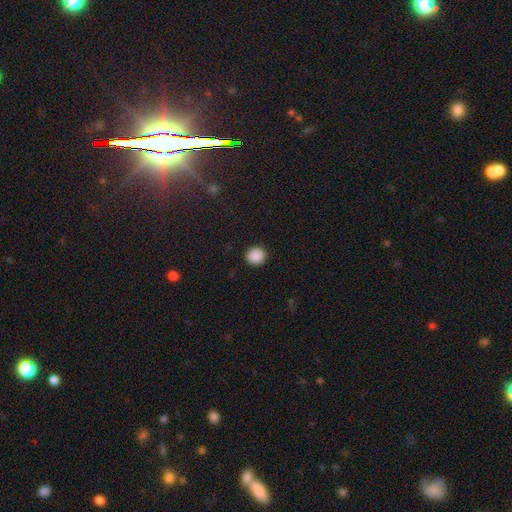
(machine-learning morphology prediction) Overall: smooth (89%). How rounded: round (93%). Merging: none (92%).